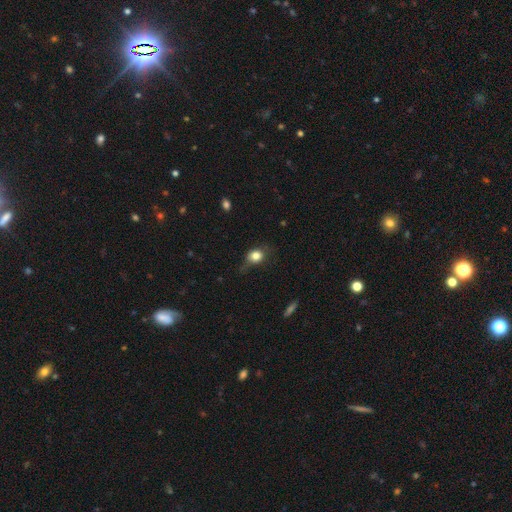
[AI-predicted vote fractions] A smooth galaxy with no disk features (78%) that is round (61%). Merging: none (49%).